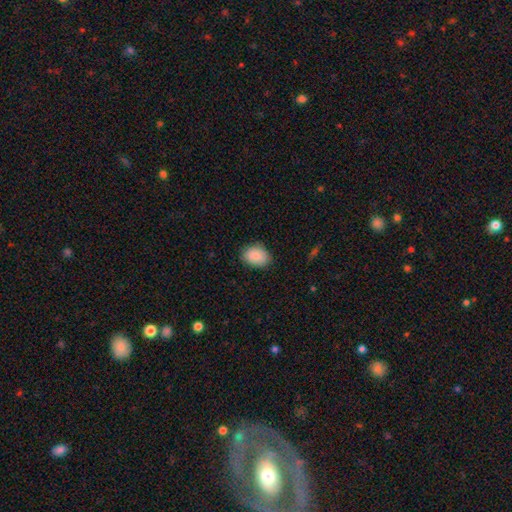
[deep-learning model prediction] Overall: smooth (89%). How rounded: in between (73%). Merging: none (84%).